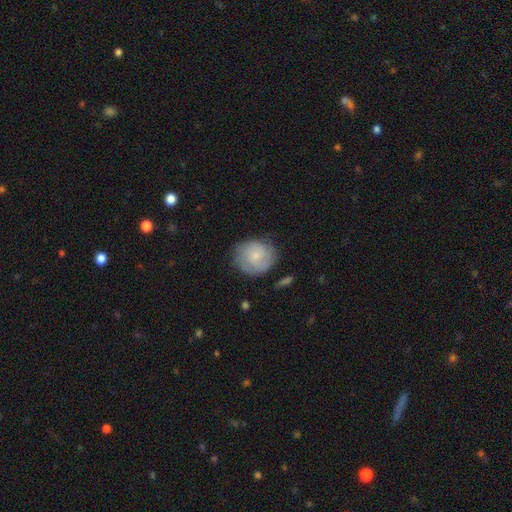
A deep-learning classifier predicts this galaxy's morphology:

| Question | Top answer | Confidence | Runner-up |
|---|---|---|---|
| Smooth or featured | featured or disk | 48% | smooth (46%) |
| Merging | none | 73% | minor disturbance (19%) |